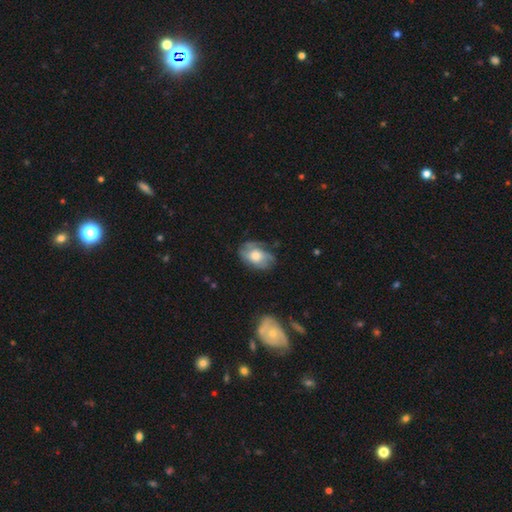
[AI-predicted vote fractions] The model was most divided on "smooth or featured": featured or disk: 57%, smooth: 36%, star or artifact: 7%. More confident: edge-on disk — no (96%); bar — no (79%); spiral arms — yes (77%); merging — none (60%); bulge size — moderate (55%).